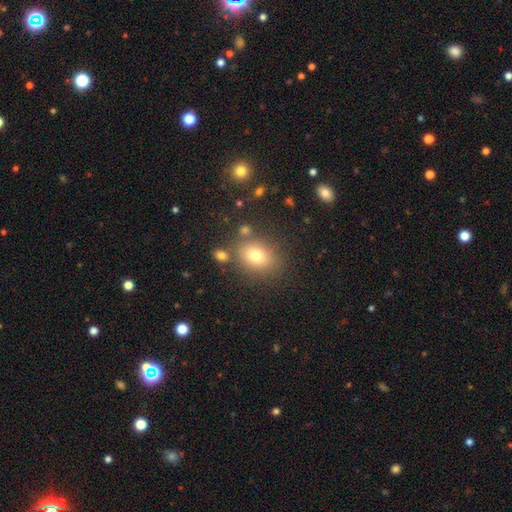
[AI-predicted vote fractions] Morphology: type=smooth (74%); roundness=round (51%); merging=none (75%).